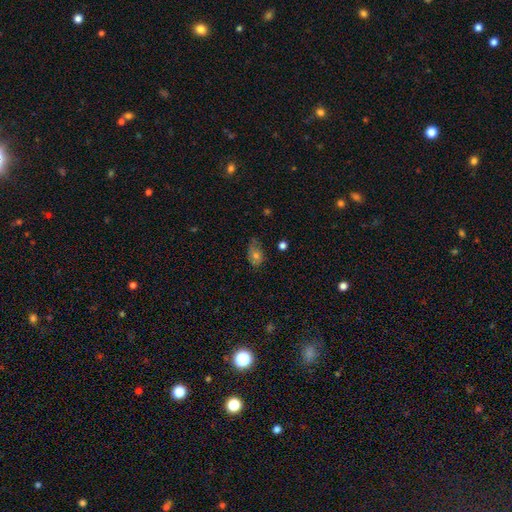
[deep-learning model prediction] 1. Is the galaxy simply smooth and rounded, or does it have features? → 55% smooth, 29% featured or disk, 16% star or artifact.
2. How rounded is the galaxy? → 76% in between, 21% round, 2% cigar-shaped.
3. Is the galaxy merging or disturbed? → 55% none, 31% minor disturbance, 12% major disturbance, 2% merger.